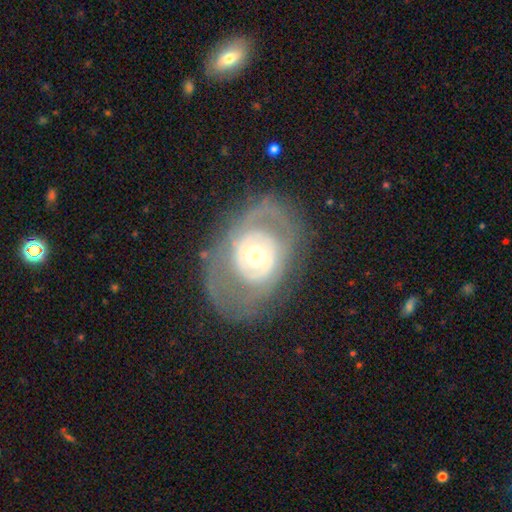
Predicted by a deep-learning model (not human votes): Smooth or featured? Predicted: featured or disk (p=0.72). Edge-on disk? Predicted: no (p=0.94). Bar? Predicted: no (p=0.79). Spiral arms? Predicted: no (p=0.58). Bulge size? Predicted: moderate (p=0.67). Merging? Predicted: none (p=0.67).